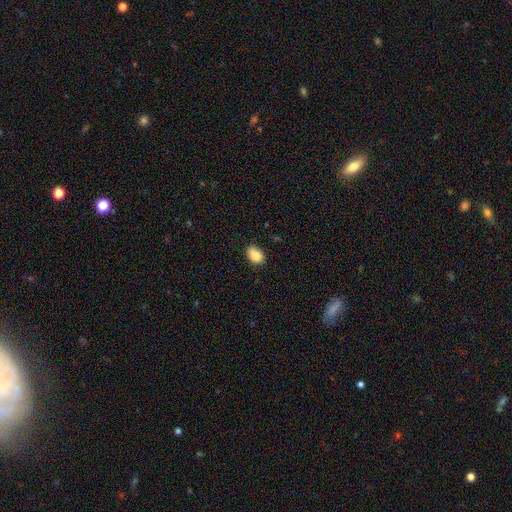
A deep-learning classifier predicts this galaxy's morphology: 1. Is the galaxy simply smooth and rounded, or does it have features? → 81% smooth, 9% featured or disk, 9% star or artifact.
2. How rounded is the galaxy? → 65% in between, 34% round, 1% cigar-shaped.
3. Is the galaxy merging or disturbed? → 54% none, 27% minor disturbance, 12% merger, 6% major disturbance.